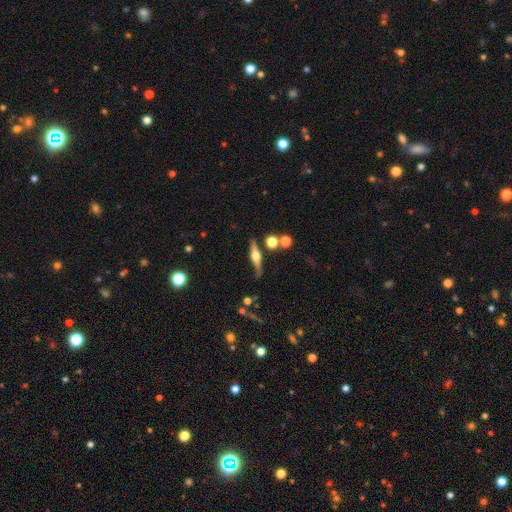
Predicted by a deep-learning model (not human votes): The model was most divided on "smooth or featured": featured or disk: 72%, smooth: 21%, star or artifact: 7%. More confident: edge-on disk — yes (95%); edge-on bulge — rounded (93%); merging — none (77%).